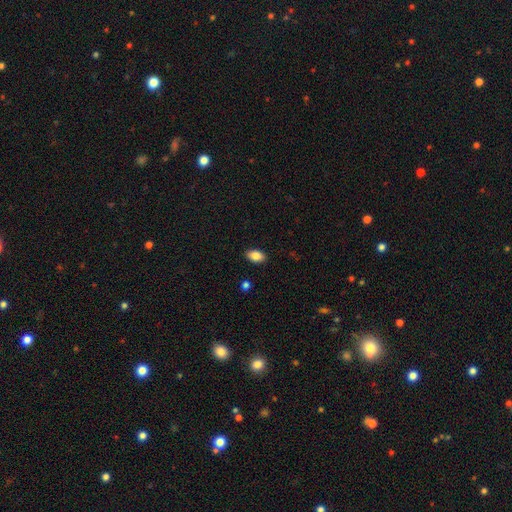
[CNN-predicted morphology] type=smooth (85%); roundness=in between (91%); merging=none (89%).